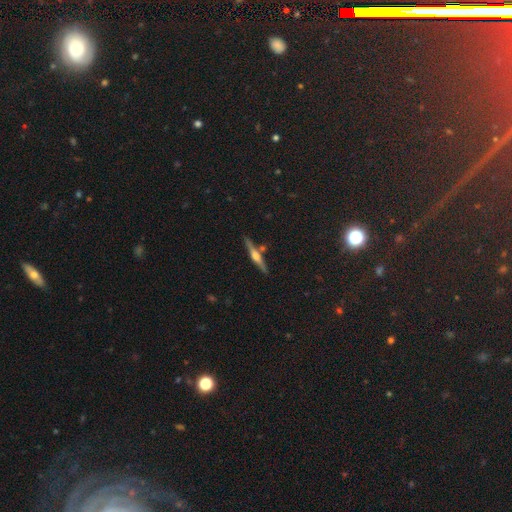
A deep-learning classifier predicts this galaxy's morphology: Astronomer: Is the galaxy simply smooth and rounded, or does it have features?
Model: featured or disk — 71%.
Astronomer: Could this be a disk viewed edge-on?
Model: yes — 98%.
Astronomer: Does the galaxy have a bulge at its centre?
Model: rounded — 85%.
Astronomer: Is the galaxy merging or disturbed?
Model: none — 83%.